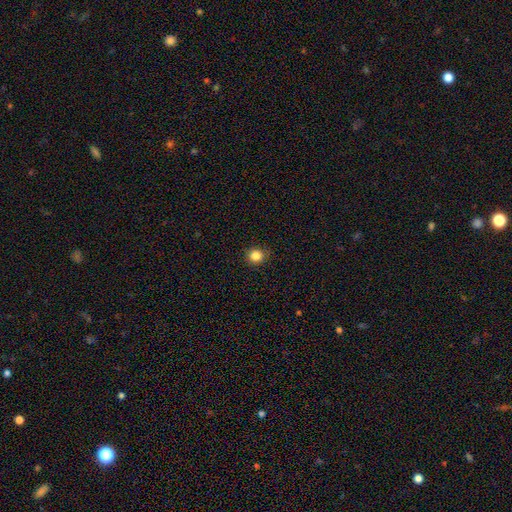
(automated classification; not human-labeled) Smooth or featured?
  - smooth: 85% *
  - star or artifact: 11%
  - featured or disk: 4%
How rounded?
  - round: 87% *
  - in between: 12%
  - cigar-shaped: 1%
Merging?
  - none: 88% *
  - minor disturbance: 9%
  - major disturbance: 2%
  - merger: 1%